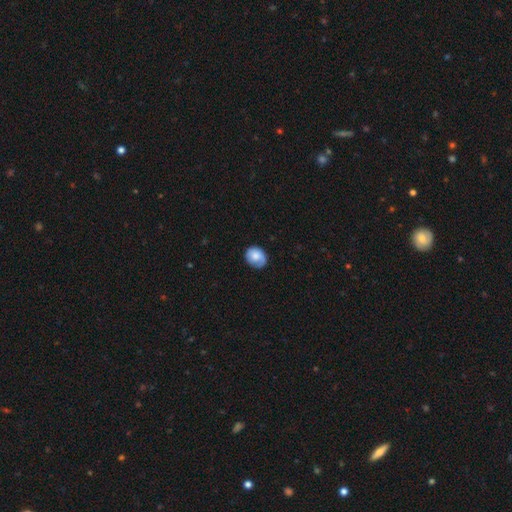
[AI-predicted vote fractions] Q: Smooth or featured?
A: smooth (72%); runner-up: featured or disk (21%)
Q: How rounded?
A: round (56%); runner-up: in between (43%)
Q: Merging?
A: none (68%); runner-up: minor disturbance (24%)